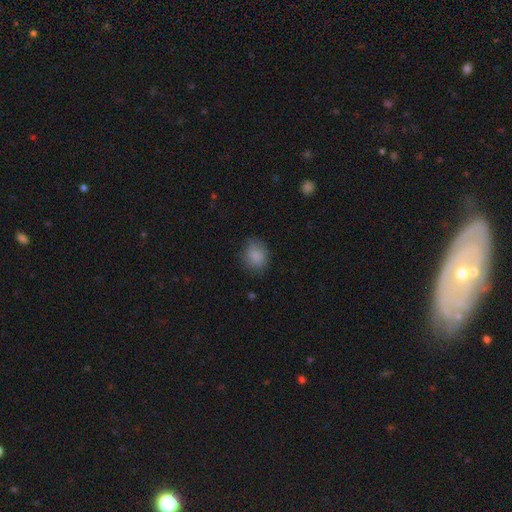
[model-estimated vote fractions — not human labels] Q: Smooth or featured?
A: smooth (85%); runner-up: star or artifact (9%)
Q: How rounded?
A: round (66%); runner-up: in between (33%)
Q: Merging?
A: none (75%); runner-up: minor disturbance (19%)